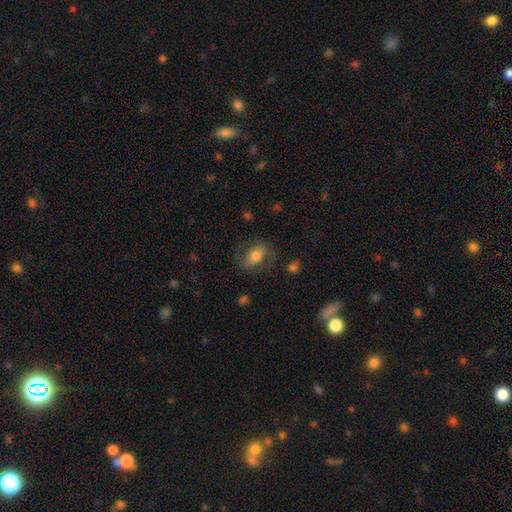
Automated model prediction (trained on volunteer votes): Smooth or featured? Predicted: smooth (p=0.61). How rounded? Predicted: in between (p=0.84). Merging? Predicted: none (p=0.68).